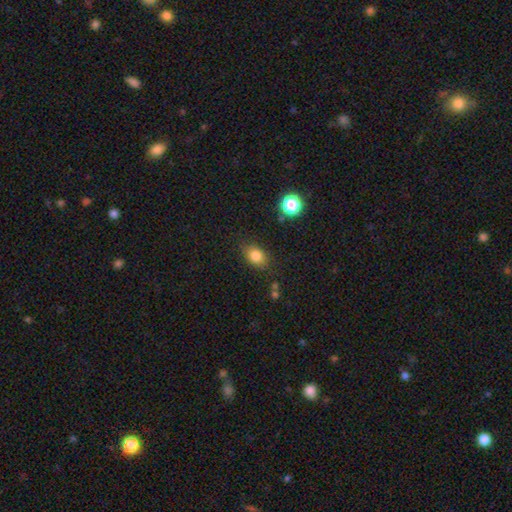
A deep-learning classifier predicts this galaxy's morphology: Smooth or featured?
  - smooth: 82% *
  - star or artifact: 11%
  - featured or disk: 7%
How rounded?
  - in between: 70% *
  - round: 28%
  - cigar-shaped: 2%
Merging?
  - none: 80% *
  - minor disturbance: 14%
  - major disturbance: 4%
  - merger: 2%